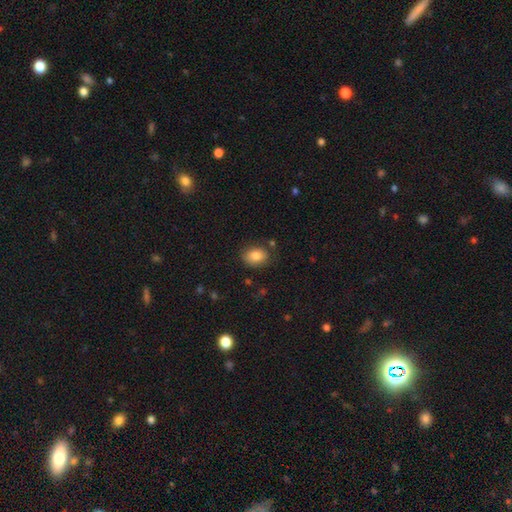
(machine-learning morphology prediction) The model was most divided on "how rounded": in between: 70%, round: 29%, cigar-shaped: 1%. More confident: smooth or featured — smooth (84%); merging — none (79%).